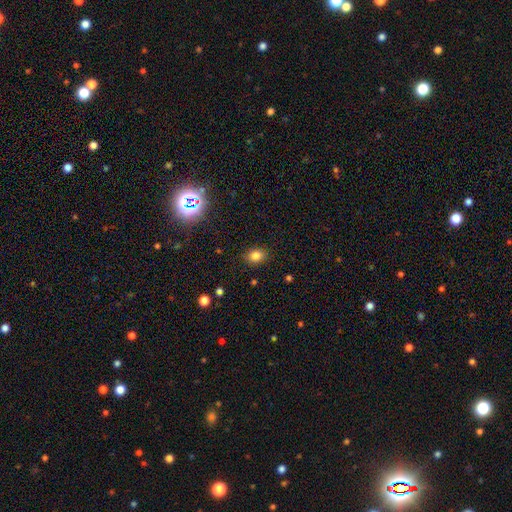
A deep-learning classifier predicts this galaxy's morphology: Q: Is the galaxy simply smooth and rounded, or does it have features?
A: smooth — 82%.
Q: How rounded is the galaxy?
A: in between — 60%.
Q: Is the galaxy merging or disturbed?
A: none — 86%.